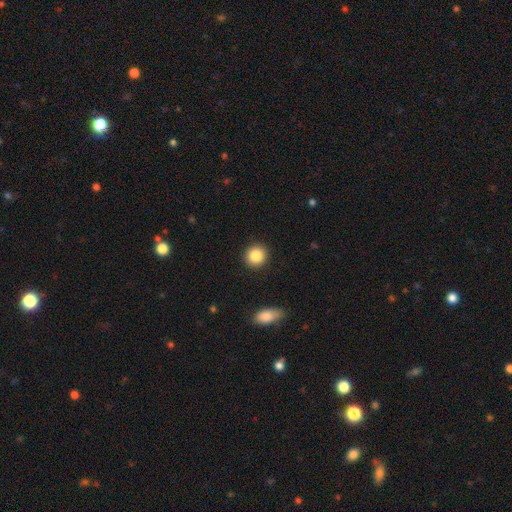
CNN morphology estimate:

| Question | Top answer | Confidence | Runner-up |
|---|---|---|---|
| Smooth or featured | smooth | 87% | star or artifact (9%) |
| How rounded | round | 90% | in between (9%) |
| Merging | none | 91% | minor disturbance (6%) |